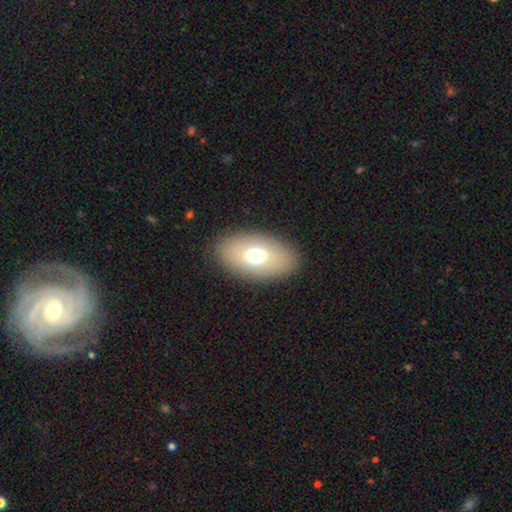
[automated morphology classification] smooth-or-featured: smooth: 67% | featured or disk: 22% | star or artifact: 11%
  how-rounded: in between: 89% | round: 10% | cigar-shaped: 2%
  merging: none: 87% | minor disturbance: 8% | major disturbance: 4% | merger: 1%